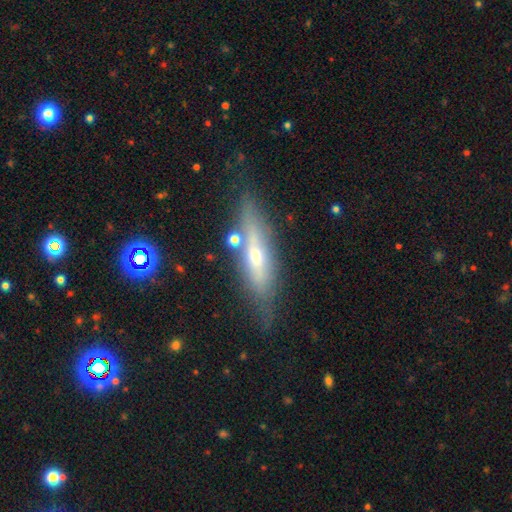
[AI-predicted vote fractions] Smooth or featured: featured or disk — 65% (smooth — 27%)
Edge-on disk: yes — 82% (no — 18%)
Edge-on bulge: rounded — 80% (none — 15%)
Merging: none — 75% (minor disturbance — 16%)